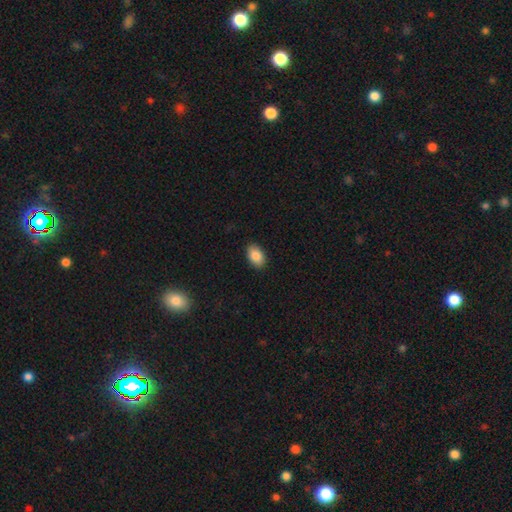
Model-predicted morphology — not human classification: This appears to be a smooth galaxy with no disk features (87%) that is in between round and cigar-shaped (92%). Merging: none (90%).